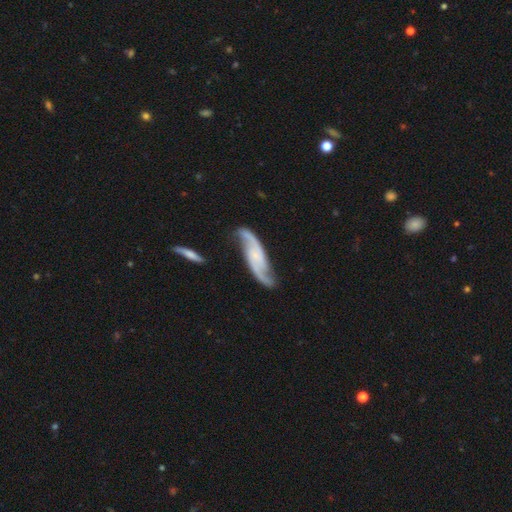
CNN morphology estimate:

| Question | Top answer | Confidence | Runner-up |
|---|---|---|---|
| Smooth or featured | featured or disk | 86% | smooth (9%) |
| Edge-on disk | no | 91% | yes (9%) |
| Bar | no | 53% | weak (33%) |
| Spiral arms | yes | 97% | no (3%) |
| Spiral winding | loose | 59% | medium (32%) |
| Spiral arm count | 2 | 93% | can't tell (2%) |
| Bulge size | small | 42% | none (41%) |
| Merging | none | 73% | minor disturbance (17%) |